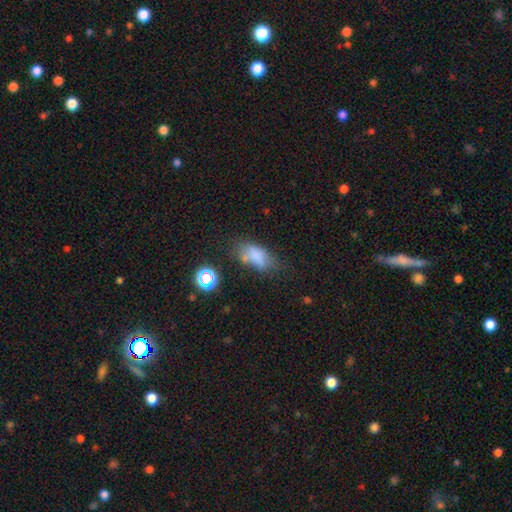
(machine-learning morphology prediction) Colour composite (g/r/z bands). It shows a smooth galaxy with no disk features (68%) that is in between round and cigar-shaped (86%). Merging: none (37%).